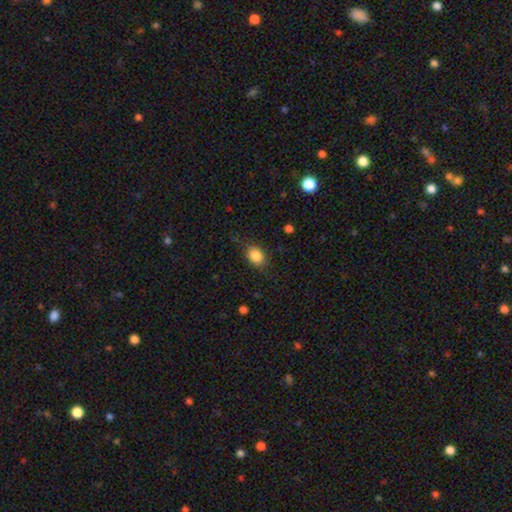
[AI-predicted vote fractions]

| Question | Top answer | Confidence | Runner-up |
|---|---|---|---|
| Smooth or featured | smooth | 85% | star or artifact (9%) |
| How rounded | in between | 70% | round (28%) |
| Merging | none | 82% | minor disturbance (14%) |